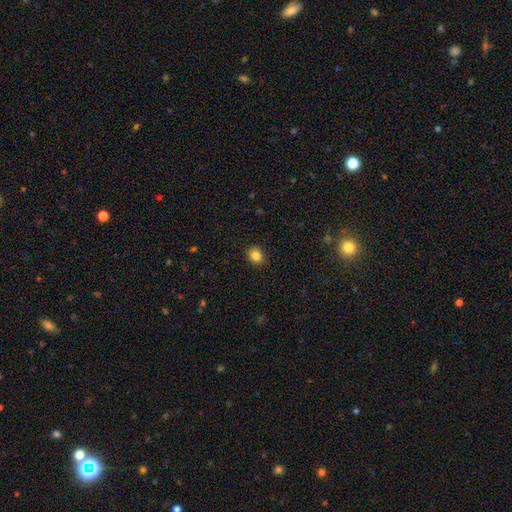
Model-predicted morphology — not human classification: type=smooth (84%); roundness=round (68%); merging=none (88%).